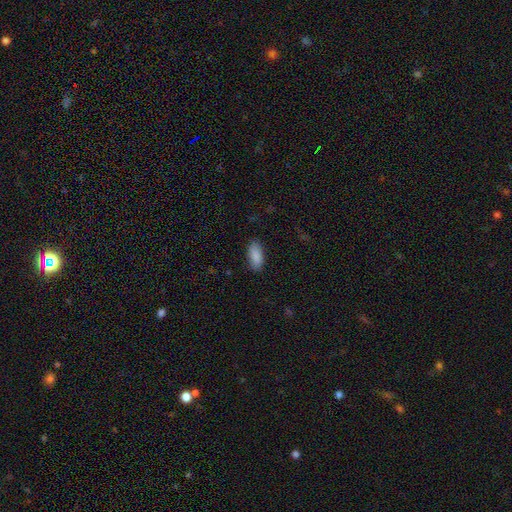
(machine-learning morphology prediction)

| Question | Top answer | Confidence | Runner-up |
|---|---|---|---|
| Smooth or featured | smooth | 89% | star or artifact (6%) |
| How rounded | in between | 86% | cigar-shaped (12%) |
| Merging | none | 86% | minor disturbance (11%) |